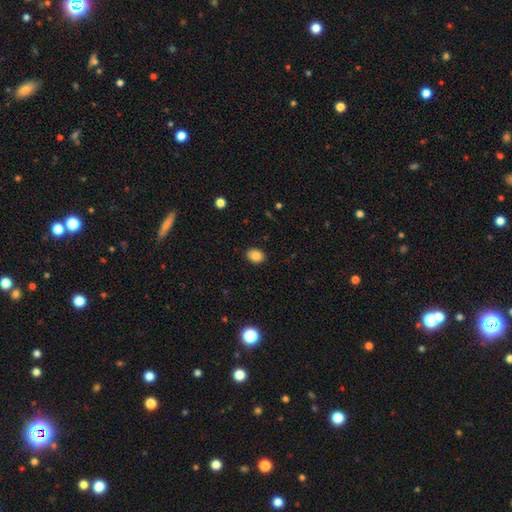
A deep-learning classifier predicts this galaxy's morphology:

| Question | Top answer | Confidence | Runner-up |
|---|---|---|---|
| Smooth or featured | smooth | 84% | star or artifact (10%) |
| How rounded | in between | 54% | round (45%) |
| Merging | none | 89% | minor disturbance (8%) |